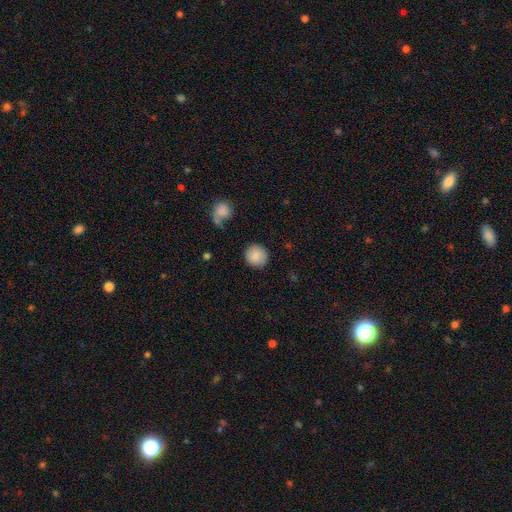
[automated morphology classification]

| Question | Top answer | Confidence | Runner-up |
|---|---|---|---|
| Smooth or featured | smooth | 85% | star or artifact (7%) |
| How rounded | round | 91% | in between (8%) |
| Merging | none | 87% | minor disturbance (9%) |